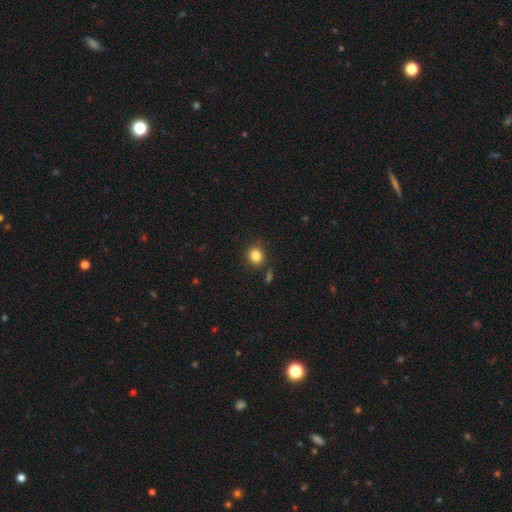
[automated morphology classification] smooth-or-featured: smooth: 85% | star or artifact: 11% | featured or disk: 5%
  how-rounded: round: 82% | in between: 17% | cigar-shaped: 1%
  merging: none: 84% | minor disturbance: 9% | merger: 4% | major disturbance: 3%